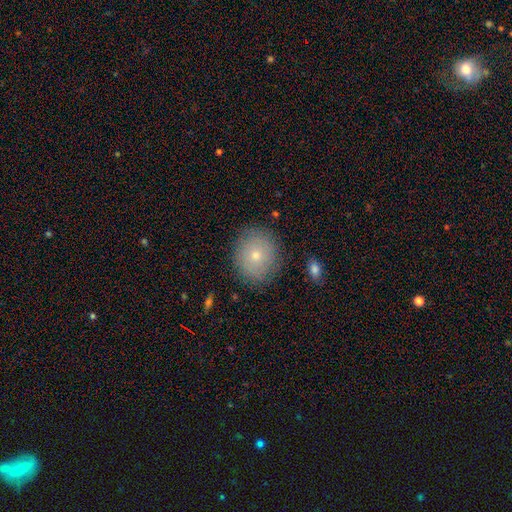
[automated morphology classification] smooth_or_featured: smooth (p=0.69) [alt: featured or disk p=0.21]
how_rounded: round (p=0.79) [alt: in between p=0.20]
merging: none (p=0.84) [alt: minor disturbance p=0.11]